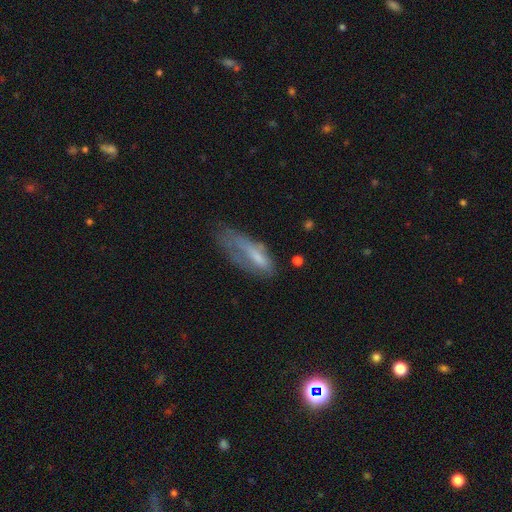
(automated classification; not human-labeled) Overall: smooth (57%; featured or disk 34%). How rounded: in between (55%; cigar-shaped 43%). Merging: major disturbance (38%; minor disturbance 30%).